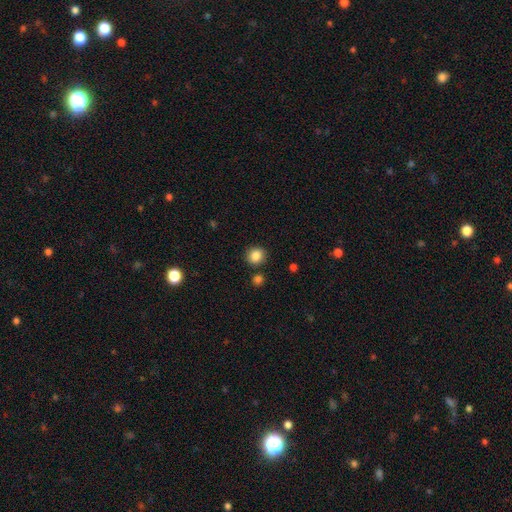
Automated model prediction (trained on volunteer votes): smooth 86%, star or artifact 10%, featured or disk 4%. Down the decision tree: how rounded — round (85%); merging — none (85%).